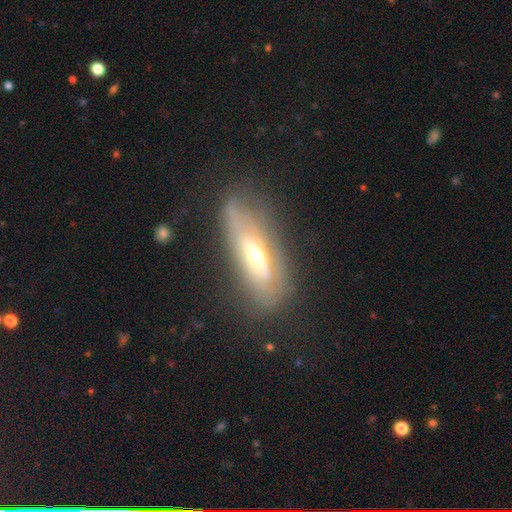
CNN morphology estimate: Q: Smooth or featured?
A: featured or disk (61%); runner-up: smooth (30%)
Q: Edge-on disk?
A: no (50%); tied with: yes (50%)
Q: Merging?
A: none (63%); runner-up: minor disturbance (24%)